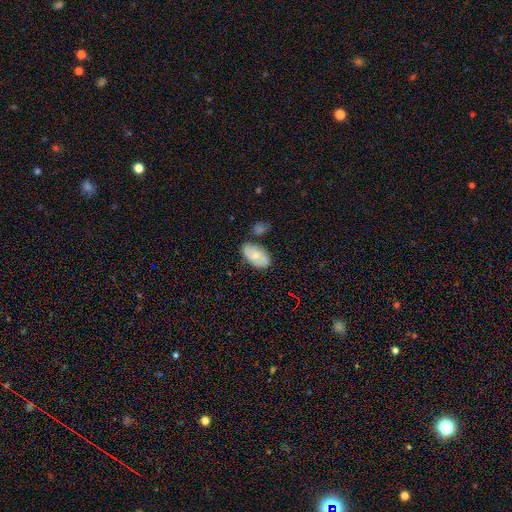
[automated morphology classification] type=smooth (65%); roundness=in between (93%); merging=none (66%).